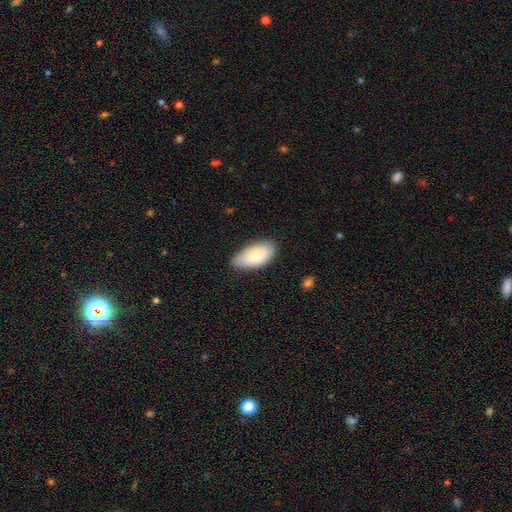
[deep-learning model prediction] smooth-or-featured: smooth: 84% | featured or disk: 10% | star or artifact: 6%
  how-rounded: in between: 95% | cigar-shaped: 3% | round: 2%
  merging: none: 76% | minor disturbance: 20% | major disturbance: 3% | merger: 1%